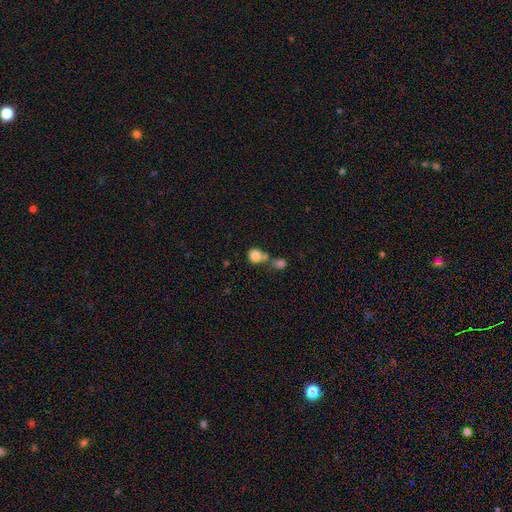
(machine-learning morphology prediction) Smooth or featured: smooth — 83% (star or artifact — 10%)
How rounded: round — 83% (in between — 16%)
Merging: none — 43% (merger — 42%)